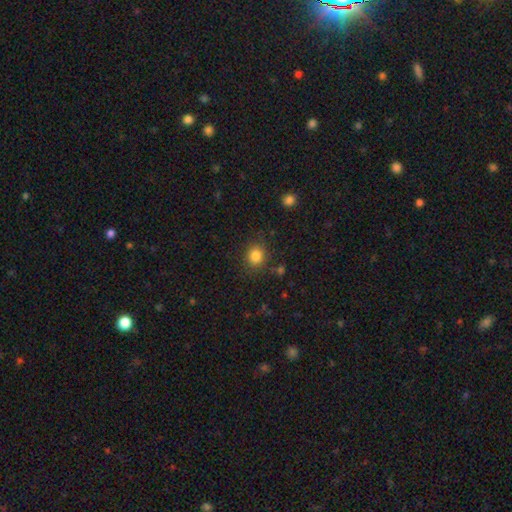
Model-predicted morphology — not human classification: Smooth or featured? smooth (84%)
How rounded? round (75%)
Merging? none (83%)